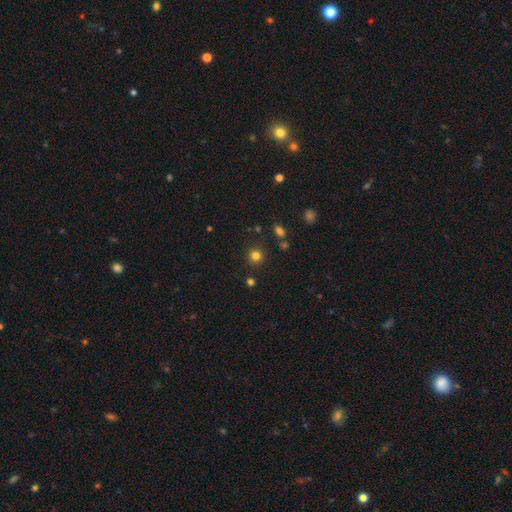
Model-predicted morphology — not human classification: smooth-or-featured: smooth: 79% | star or artifact: 15% | featured or disk: 6%
  how-rounded: round: 93% | in between: 6% | cigar-shaped: 1%
  merging: none: 88% | minor disturbance: 7% | merger: 3% | major disturbance: 2%